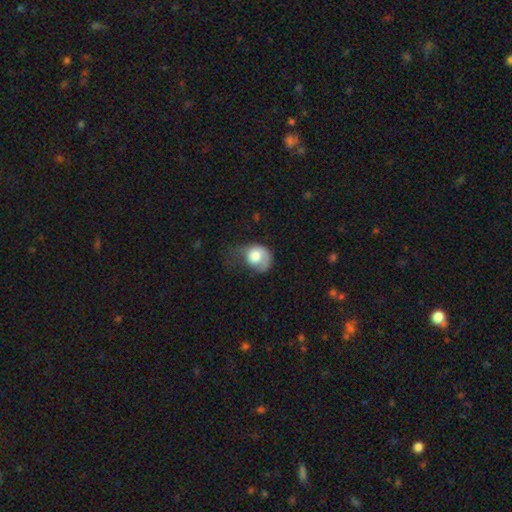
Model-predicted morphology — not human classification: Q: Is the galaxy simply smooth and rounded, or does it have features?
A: smooth — 69%.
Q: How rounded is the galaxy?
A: round — 61%.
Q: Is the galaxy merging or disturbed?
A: major disturbance — 45%.